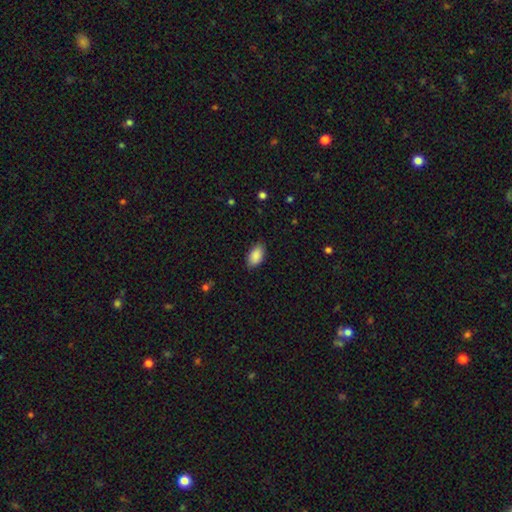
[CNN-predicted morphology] smooth 89%, star or artifact 7%, featured or disk 4%. Down the decision tree: how rounded — in between (93%); merging — none (82%).